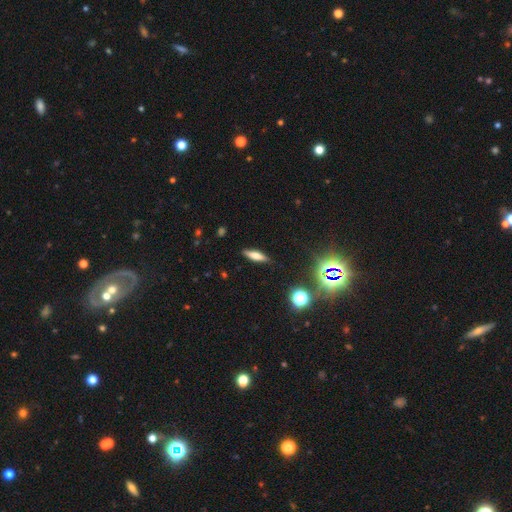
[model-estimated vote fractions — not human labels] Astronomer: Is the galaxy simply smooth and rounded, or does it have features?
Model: smooth — 60%.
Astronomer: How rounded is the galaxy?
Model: cigar-shaped — 64%.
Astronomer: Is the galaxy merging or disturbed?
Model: none — 87%.